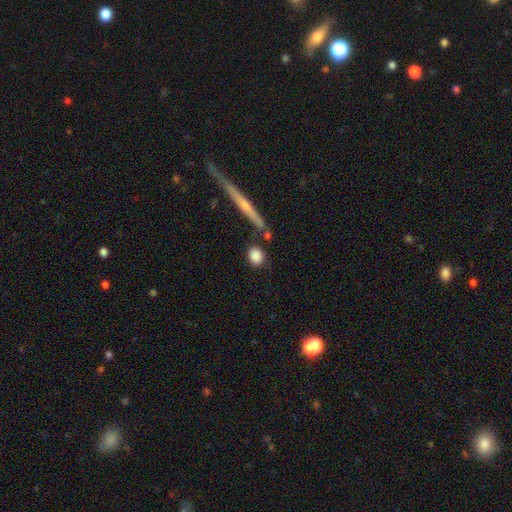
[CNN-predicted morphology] smooth-or-featured: smooth: 85% | star or artifact: 7% | featured or disk: 7%
  how-rounded: round: 67% | in between: 26% | cigar-shaped: 7%
  merging: none: 75% | minor disturbance: 12% | merger: 9% | major disturbance: 4%